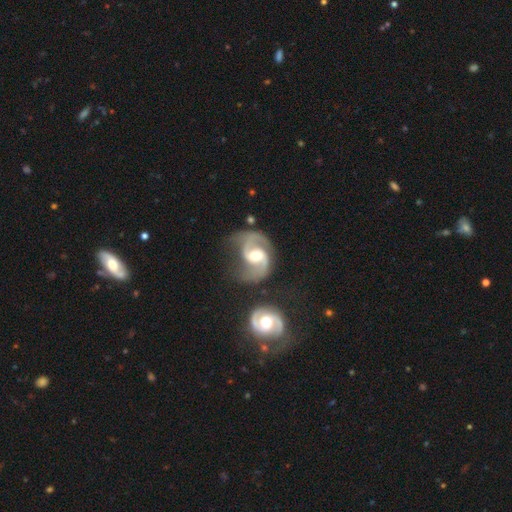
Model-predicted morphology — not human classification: Smooth or featured?
  - featured or disk: 90% *
  - smooth: 5%
  - star or artifact: 4%
Edge-on disk?
  - no: 98% *
  - yes: 2%
Bar?
  - weak: 48% *
  - no: 28%
  - strong: 25%
Spiral arms?
  - yes: 97% *
  - no: 3%
Spiral winding?
  - medium: 59% *
  - loose: 27%
  - tight: 14%
Spiral arm count?
  - 2: 92% *
  - 1: 3%
  - can't tell: 2%
  - 3: 1%
  - 4: 1%
  - more than 4: 1%
Bulge size?
  - moderate: 69% *
  - small: 20%
  - large: 8%
  - none: 1%
  - dominant: 1%
Merging?
  - none: 61% *
  - minor disturbance: 21%
  - major disturbance: 12%
  - merger: 6%